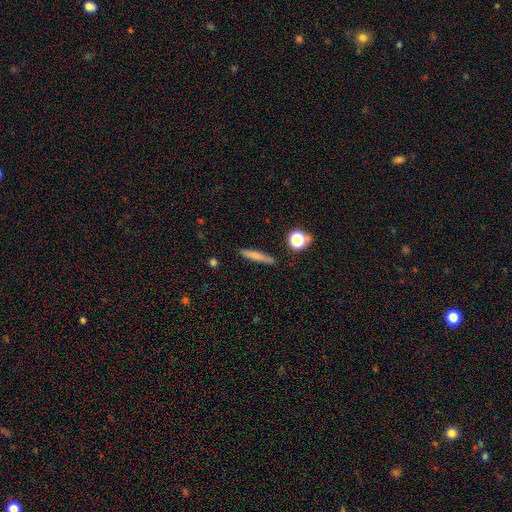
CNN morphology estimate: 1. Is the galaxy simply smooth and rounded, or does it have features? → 68% smooth, 22% featured or disk, 9% star or artifact.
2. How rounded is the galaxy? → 88% cigar-shaped, 8% in between, 4% round.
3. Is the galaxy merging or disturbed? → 88% none, 8% minor disturbance, 2% merger, 2% major disturbance.